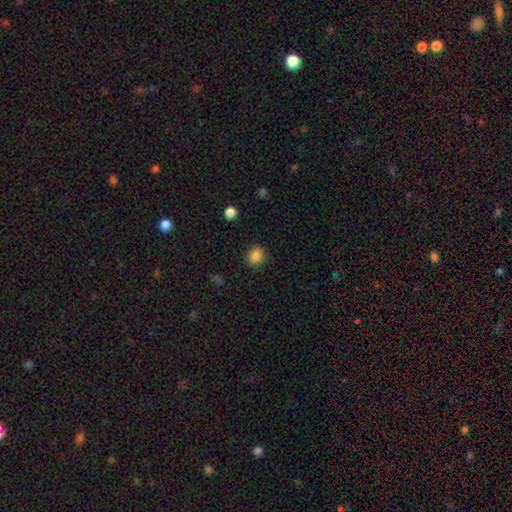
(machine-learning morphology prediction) Smooth or featured?
  - smooth: 86% *
  - star or artifact: 10%
  - featured or disk: 4%
How rounded?
  - round: 72% *
  - in between: 27%
  - cigar-shaped: 1%
Merging?
  - none: 88% *
  - minor disturbance: 8%
  - major disturbance: 2%
  - merger: 1%